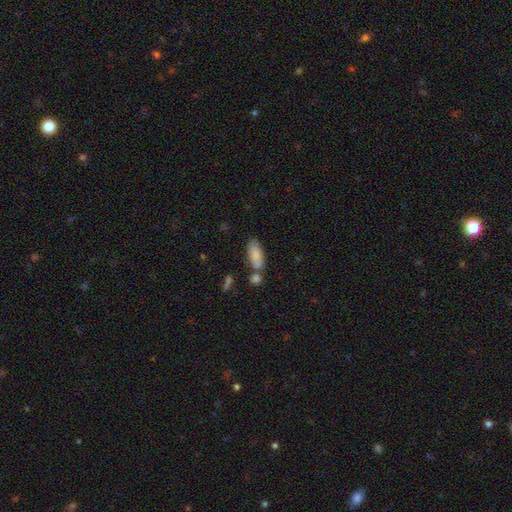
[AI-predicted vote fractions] smooth_or_featured: smooth (p=0.84) [alt: featured or disk p=0.09]
how_rounded: in between (p=0.81) [alt: cigar-shaped p=0.16]
merging: none (p=0.60) [alt: merger p=0.20]